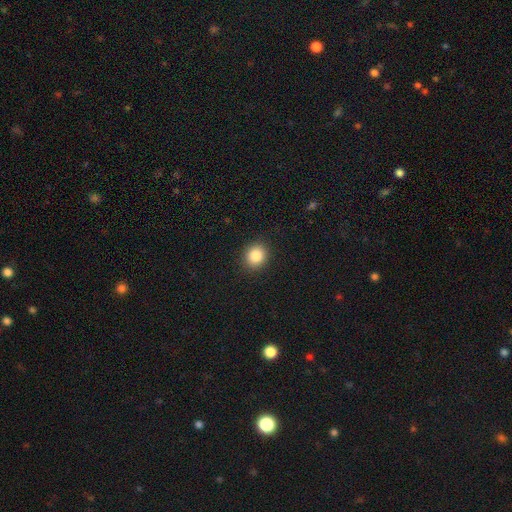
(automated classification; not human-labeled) smooth-or-featured: smooth: 86% | star or artifact: 9% | featured or disk: 4%
  how-rounded: round: 77% | in between: 22% | cigar-shaped: 1%
  merging: none: 90% | minor disturbance: 7% | major disturbance: 2% | merger: 1%